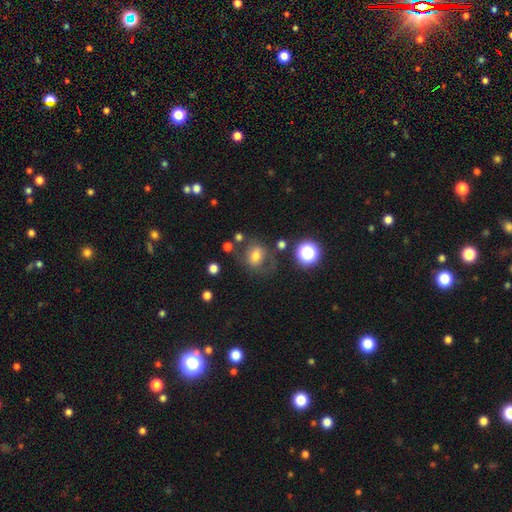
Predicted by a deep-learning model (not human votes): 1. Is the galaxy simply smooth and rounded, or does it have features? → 64% smooth, 22% featured or disk, 15% star or artifact.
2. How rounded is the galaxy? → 61% round, 38% in between, 1% cigar-shaped.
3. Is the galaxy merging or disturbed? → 61% none, 19% minor disturbance, 13% major disturbance, 7% merger.